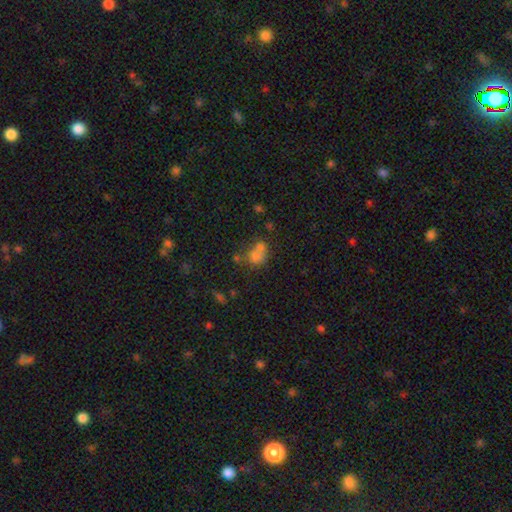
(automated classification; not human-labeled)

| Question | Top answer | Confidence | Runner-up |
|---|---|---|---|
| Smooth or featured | smooth | 69% | featured or disk (16%) |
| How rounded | round | 65% | in between (34%) |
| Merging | merger | 53% | none (31%) |